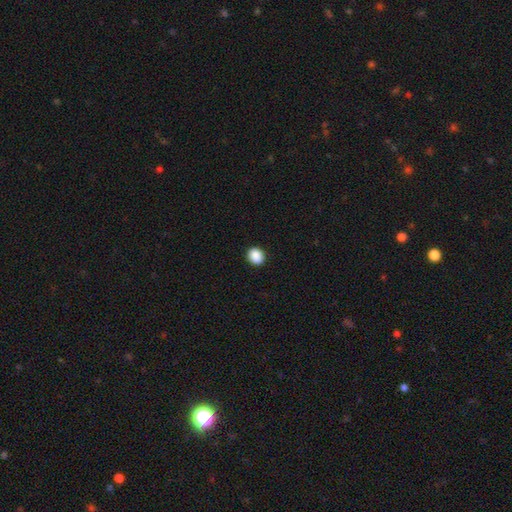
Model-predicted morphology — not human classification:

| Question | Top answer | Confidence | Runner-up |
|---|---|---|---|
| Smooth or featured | smooth | 90% | star or artifact (8%) |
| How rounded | round | 71% | in between (28%) |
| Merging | none | 92% | minor disturbance (6%) |